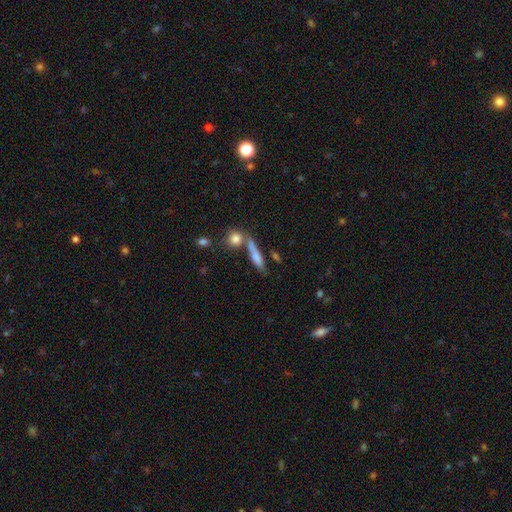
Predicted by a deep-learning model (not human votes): smooth_or_featured: smooth (p=0.67) [alt: featured or disk p=0.24]
how_rounded: cigar-shaped (p=0.71) [alt: in between p=0.23]
merging: none (p=0.57) [alt: merger p=0.23]